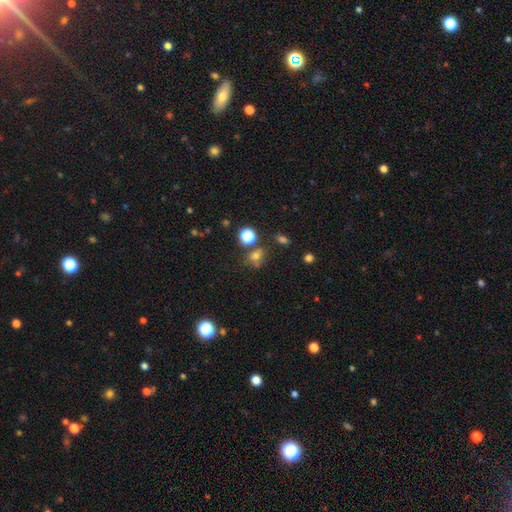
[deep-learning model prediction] smooth_or_featured: smooth (p=0.65) [alt: star or artifact p=0.25]
how_rounded: round (p=0.63) [alt: in between p=0.35]
merging: none (p=0.63) [alt: merger p=0.16]